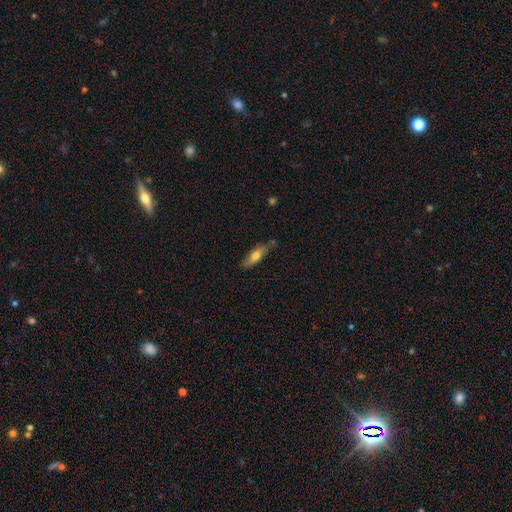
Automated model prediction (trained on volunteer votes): smooth 62%, featured or disk 31%, star or artifact 6%. Down the decision tree: how rounded — cigar-shaped (49%); merging — none (76%).